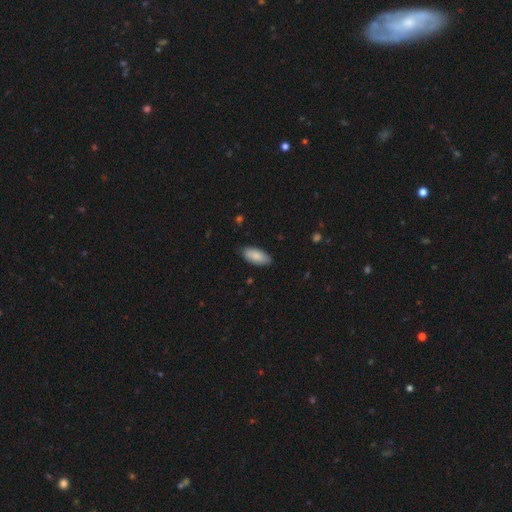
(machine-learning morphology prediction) smooth-or-featured: smooth: 87% | featured or disk: 7% | star or artifact: 6%
  how-rounded: in between: 89% | cigar-shaped: 9% | round: 2%
  merging: none: 84% | minor disturbance: 12% | major disturbance: 2% | merger: 1%